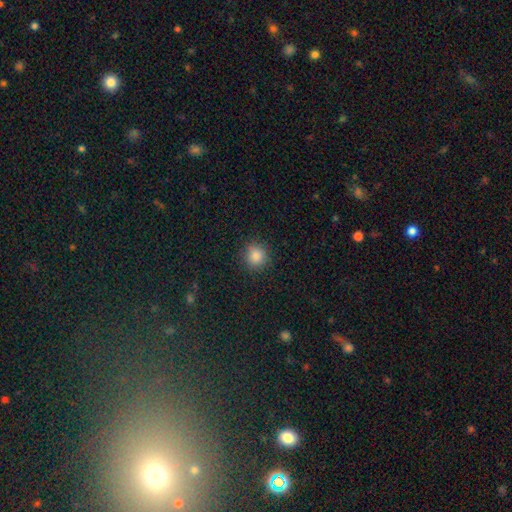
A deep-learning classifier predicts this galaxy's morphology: Q: Smooth or featured?
A: smooth (85%); runner-up: star or artifact (11%)
Q: How rounded?
A: round (91%); runner-up: in between (8%)
Q: Merging?
A: none (88%); runner-up: minor disturbance (8%)